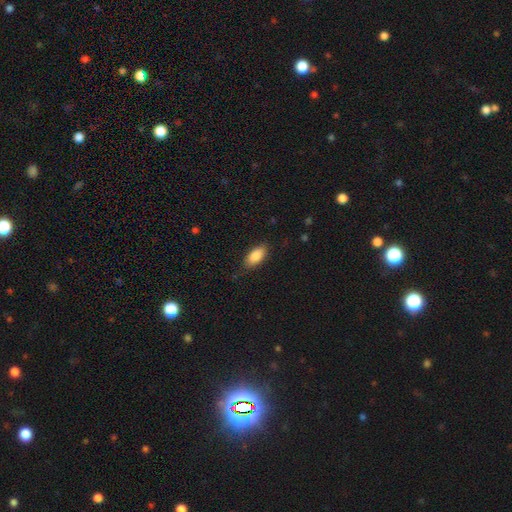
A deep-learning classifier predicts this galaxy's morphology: Smooth or featured? smooth (86%)
How rounded? in between (89%)
Merging? none (82%)